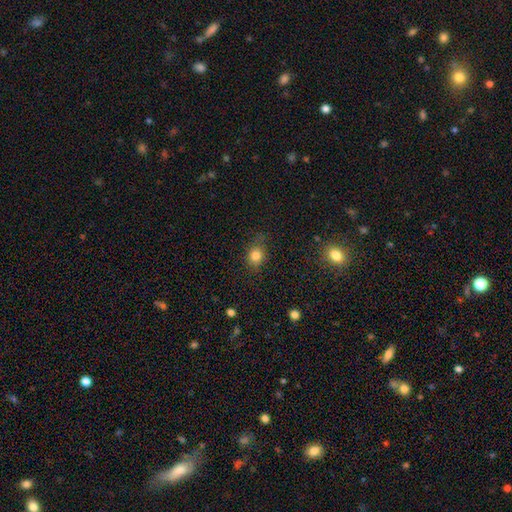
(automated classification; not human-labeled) Morphology: type=smooth (81%); roundness=round (61%); merging=none (77%).